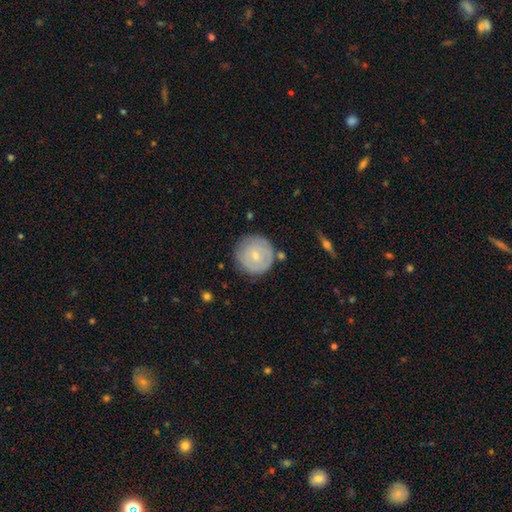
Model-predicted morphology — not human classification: type=smooth (58%); roundness=round (95%); merging=none (79%).